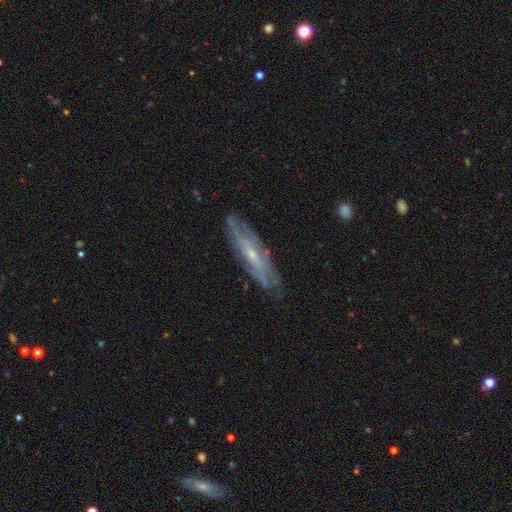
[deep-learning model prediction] smooth-or-featured: featured or disk: 66% | smooth: 24% | star or artifact: 10%
  disk-edge-on: no: 55% | yes: 45%
  merging: none: 82% | minor disturbance: 13% | major disturbance: 3% | merger: 1%